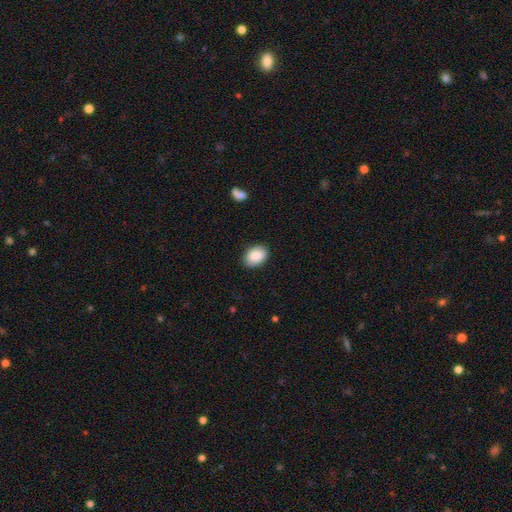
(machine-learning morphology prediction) type=smooth (88%); roundness=in between (81%); merging=none (87%).